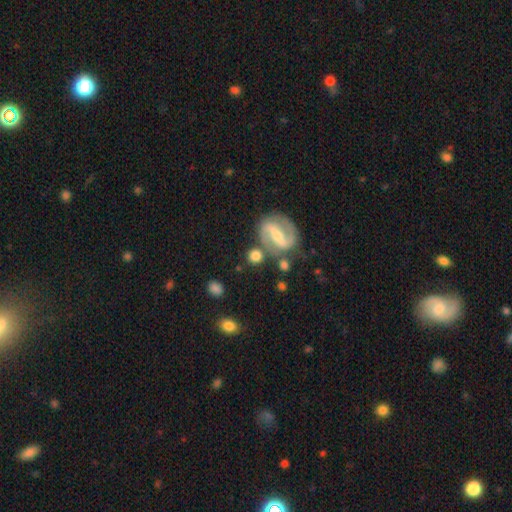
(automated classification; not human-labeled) A featured or disk galaxy (55%) with a strong bar (52%), spiral arms (87%) and a small central bulge (43%).

Vote fractions:
- Smooth or featured? featured or disk: 55% / smooth: 37% / star or artifact: 8%
- Edge-on disk? no: 95% / yes: 5%
- Bar? strong: 52% / weak: 32% / no: 16%
- Spiral arms? yes: 87% / no: 13%
- Bulge size? small: 43% / moderate: 37% / none: 9% / large: 8% / dominant: 2%
- Merging? none: 74% / minor disturbance: 12% / merger: 9% / major disturbance: 5%